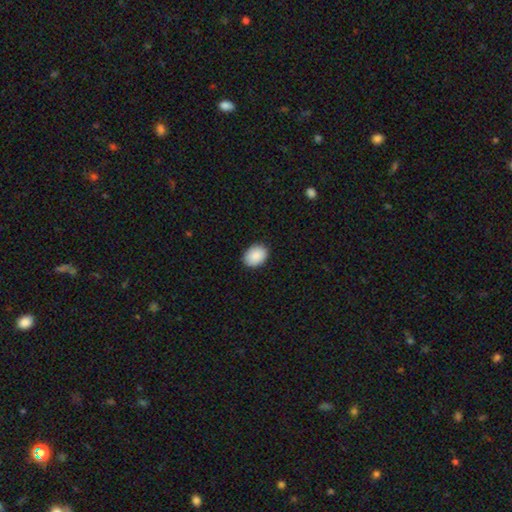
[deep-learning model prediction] Smooth or featured: smooth — 90% (star or artifact — 7%)
How rounded: in between — 70% (round — 29%)
Merging: none — 88% (minor disturbance — 9%)